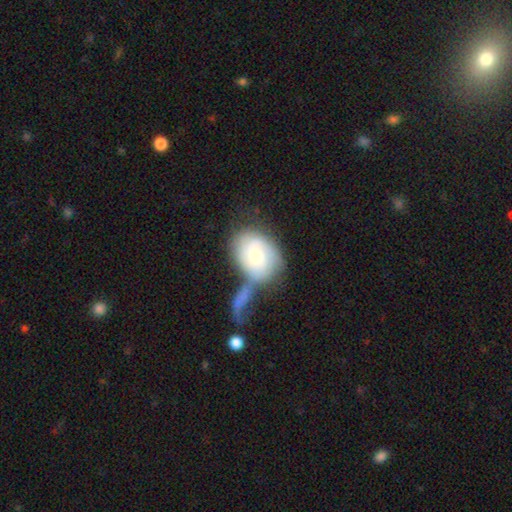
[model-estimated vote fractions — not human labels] Smooth or featured: featured or disk — 51% (smooth — 42%)
Edge-on disk: no — 95% (yes — 5%)
Merging: merger — 36% (none — 33%)